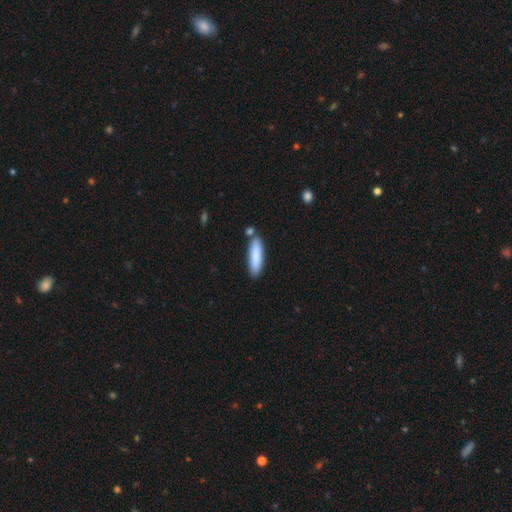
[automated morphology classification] Smooth or featured? Predicted: smooth (p=0.84). How rounded? Predicted: cigar-shaped (p=0.73). Merging? Predicted: none (p=0.76).